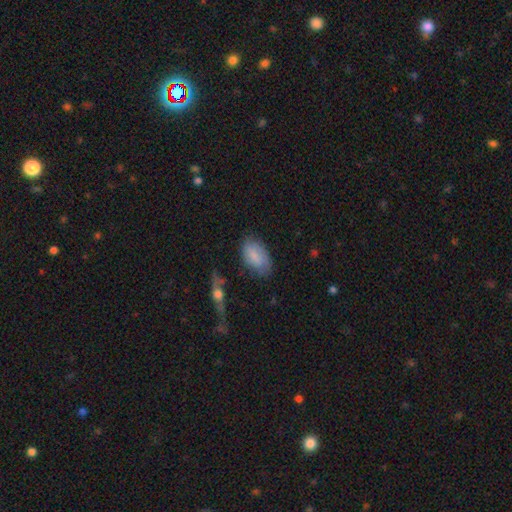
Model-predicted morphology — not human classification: Smooth or featured?
  - smooth: 75% *
  - featured or disk: 18%
  - star or artifact: 7%
How rounded?
  - in between: 93% *
  - round: 5%
  - cigar-shaped: 3%
Merging?
  - none: 69% *
  - minor disturbance: 22%
  - major disturbance: 5%
  - merger: 3%